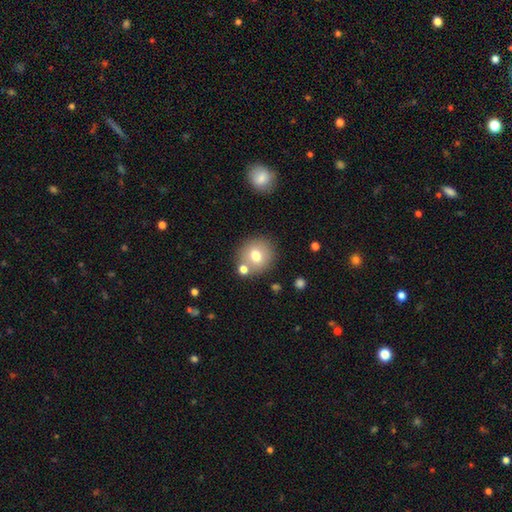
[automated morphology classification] smooth-or-featured: smooth: 73% | featured or disk: 16% | star or artifact: 11%
  how-rounded: round: 85% | in between: 14% | cigar-shaped: 1%
  merging: none: 75% | merger: 12% | minor disturbance: 10% | major disturbance: 3%